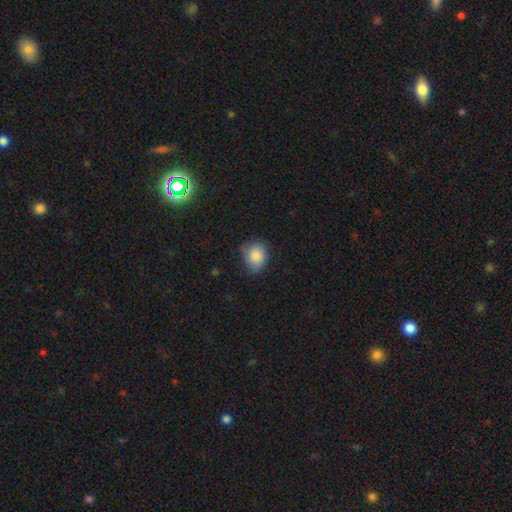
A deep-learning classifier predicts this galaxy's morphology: Smooth or featured: smooth — 85% (star or artifact — 8%)
How rounded: round — 59% (in between — 40%)
Merging: none — 71% (minor disturbance — 24%)